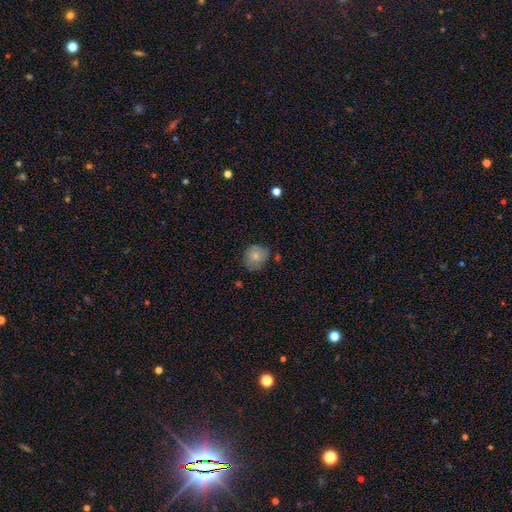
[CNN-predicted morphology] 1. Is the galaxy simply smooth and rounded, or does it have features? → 78% smooth, 13% featured or disk, 9% star or artifact.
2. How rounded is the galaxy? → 72% round, 27% in between, 1% cigar-shaped.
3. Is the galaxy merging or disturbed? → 67% none, 25% minor disturbance, 5% major disturbance, 3% merger.